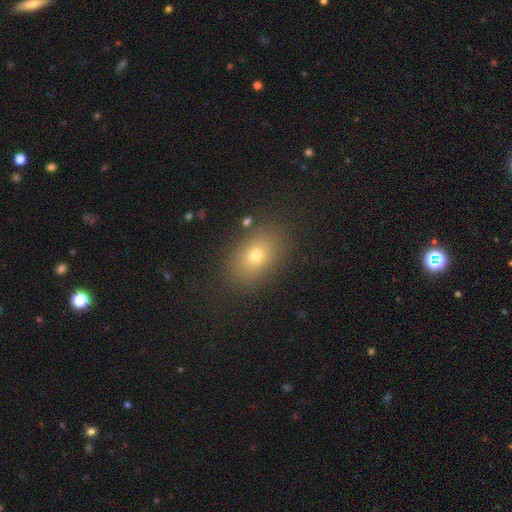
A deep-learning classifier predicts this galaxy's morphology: Smooth or featured?
  - smooth: 73% *
  - featured or disk: 14%
  - star or artifact: 13%
How rounded?
  - in between: 77% *
  - round: 21%
  - cigar-shaped: 2%
Merging?
  - none: 84% *
  - minor disturbance: 10%
  - major disturbance: 4%
  - merger: 2%